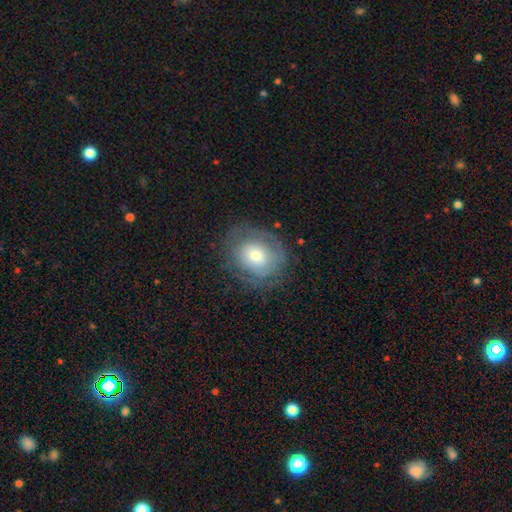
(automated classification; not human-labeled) Overall: smooth (56%; featured or disk 34%). How rounded: round (65%; in between 34%). Merging: none (71%).